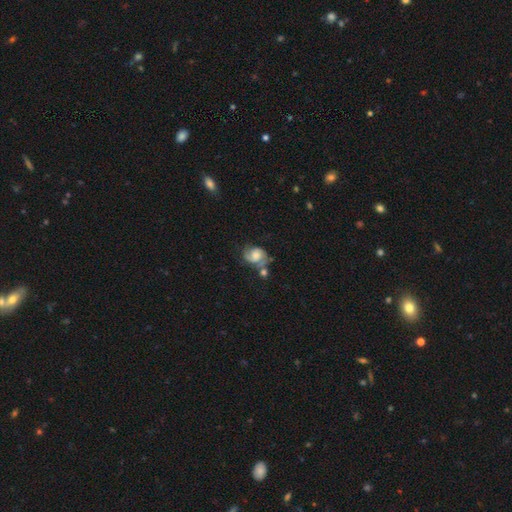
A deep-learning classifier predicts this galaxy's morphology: featured or disk 65%, smooth 27%, star or artifact 8%. Down the decision tree: edge-on disk — no (97%); bar — no (63%); spiral arms — yes (91%); spiral arm count — 2 (79%); spiral winding — medium (44%); bulge size — moderate (43%); merging — none (48%).